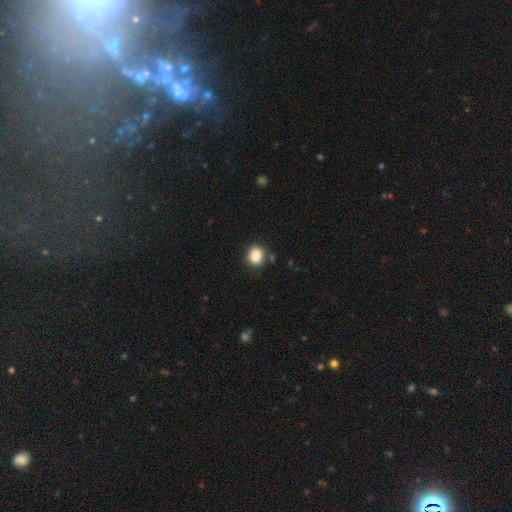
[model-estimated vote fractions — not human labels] Smooth or featured? Predicted: smooth (p=0.86). How rounded? Predicted: round (p=0.68). Merging? Predicted: none (p=0.85).